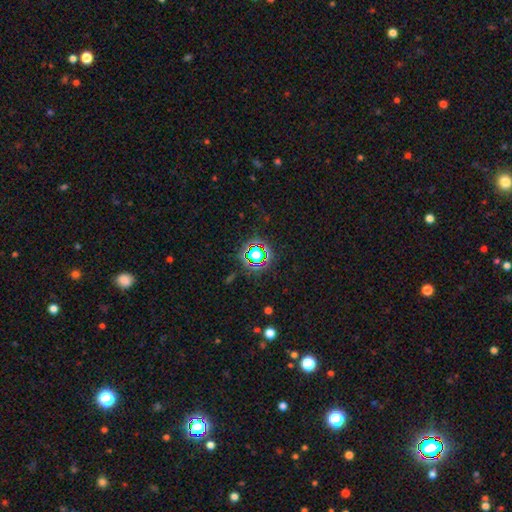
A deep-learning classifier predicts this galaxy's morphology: smooth-or-featured: star or artifact: 59% | smooth: 29% | featured or disk: 11%